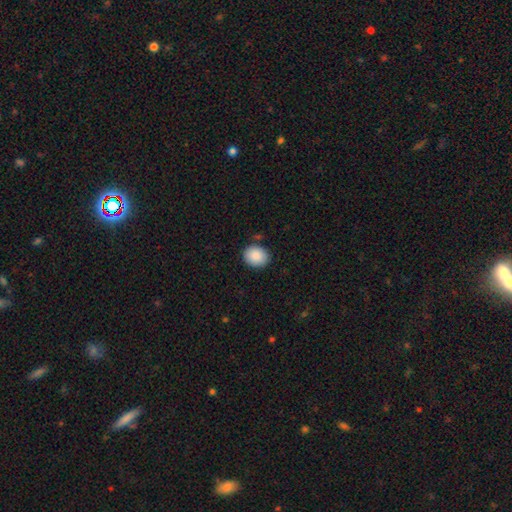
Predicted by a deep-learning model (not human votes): This appears to be a smooth galaxy with no disk features (89%) that is round (59%). Merging: none (86%).